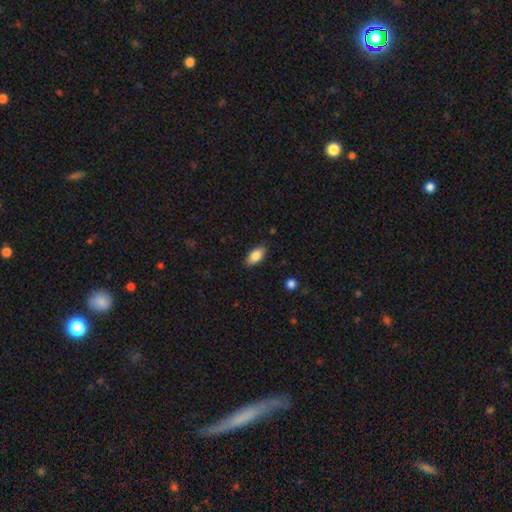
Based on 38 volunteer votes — Q: Smooth or featured?
A: smooth (87%); runner-up: featured or disk (11%)
Q: How rounded?
A: in between (97%); runner-up: round (3%)
Q: Merging?
A: none (92%); runner-up: minor disturbance (5%)